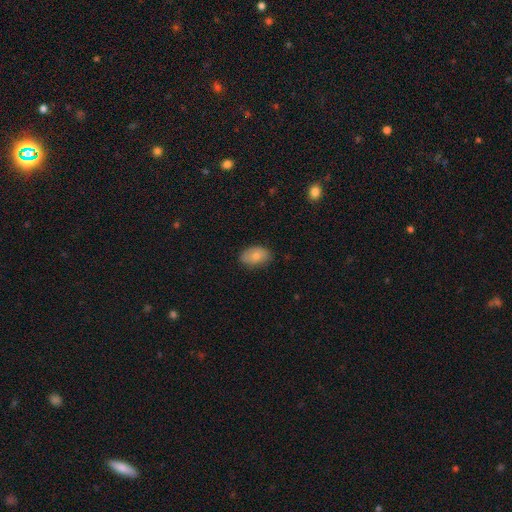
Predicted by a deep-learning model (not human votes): smooth-or-featured: smooth: 78% | featured or disk: 14% | star or artifact: 7%
  how-rounded: in between: 87% | round: 11% | cigar-shaped: 1%
  merging: none: 78% | minor disturbance: 17% | major disturbance: 3% | merger: 1%